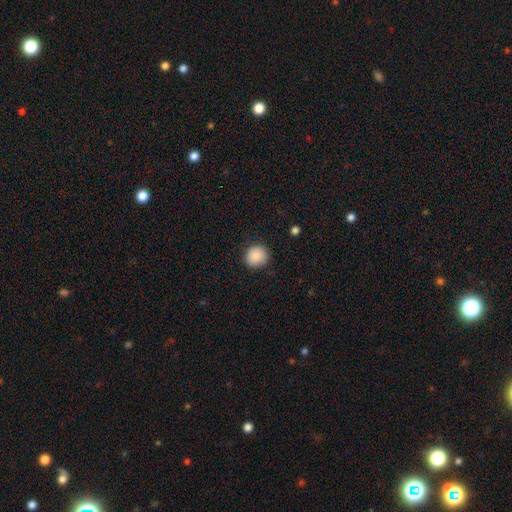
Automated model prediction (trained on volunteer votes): Overall: smooth (88%). How rounded: round (88%). Merging: none (87%).